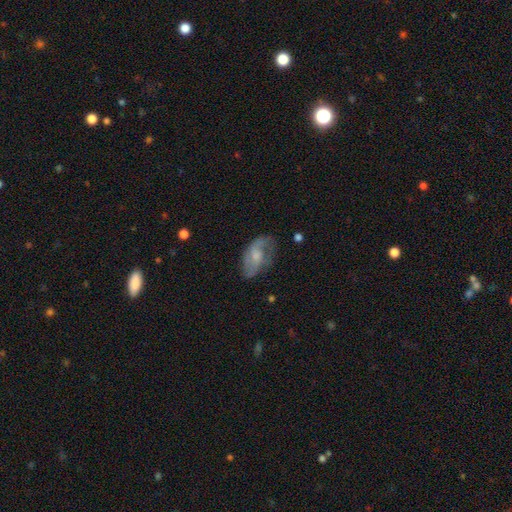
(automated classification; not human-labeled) Smooth or featured: featured or disk — 60% (smooth — 33%)
Edge-on disk: no — 95% (yes — 5%)
Bar: no — 57% (weak — 36%)
Spiral arms: yes — 80% (no — 20%)
Bulge size: moderate — 41% (small — 36%)
Merging: none — 54% (minor disturbance — 26%)